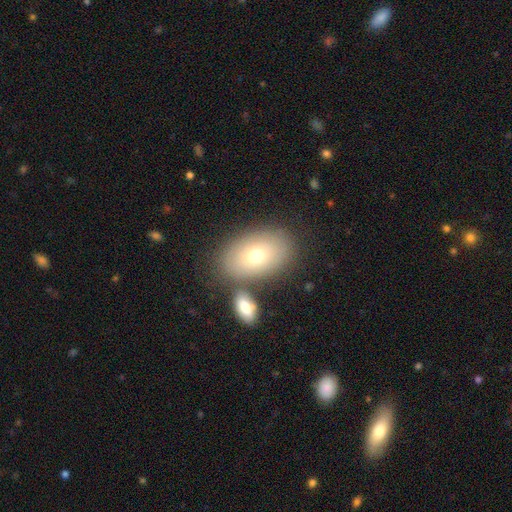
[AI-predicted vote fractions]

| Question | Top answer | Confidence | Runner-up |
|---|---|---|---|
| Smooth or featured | smooth | 72% | featured or disk (20%) |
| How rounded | in between | 89% | round (10%) |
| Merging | none | 69% | merger (16%) |